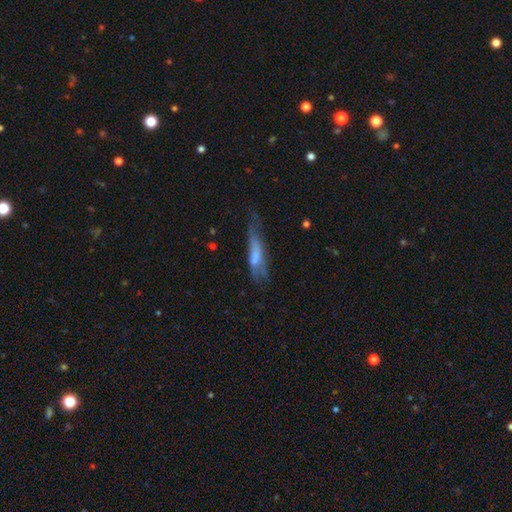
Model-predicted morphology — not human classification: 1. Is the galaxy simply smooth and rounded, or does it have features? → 53% smooth, 38% featured or disk, 8% star or artifact.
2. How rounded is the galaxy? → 68% cigar-shaped, 30% in between, 2% round.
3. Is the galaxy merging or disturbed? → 33% none, 32% major disturbance, 30% minor disturbance, 4% merger.